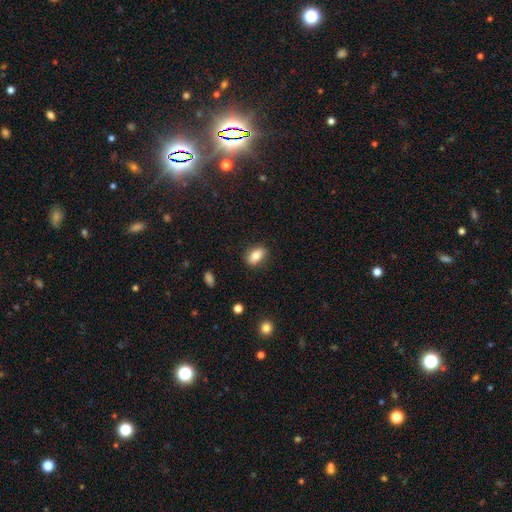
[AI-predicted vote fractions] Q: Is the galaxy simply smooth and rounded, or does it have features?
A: smooth — 77%.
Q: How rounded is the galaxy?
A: in between — 84%.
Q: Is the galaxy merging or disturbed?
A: none — 83%.